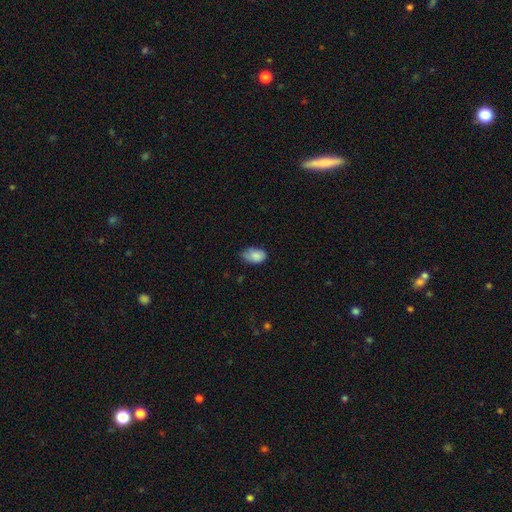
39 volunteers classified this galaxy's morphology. smooth_or_featured: smooth (p=0.95) [alt: featured or disk p=0.03]
how_rounded: in between (p=0.97) [alt: round p=0.03]
merging: minor disturbance (p=0.53) [alt: none p=0.45]